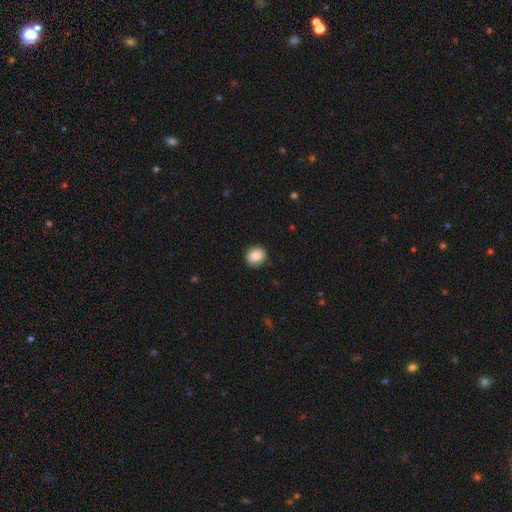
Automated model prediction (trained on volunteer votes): A smooth galaxy with no disk features (85%) that is round (77%). Merging: none (88%).